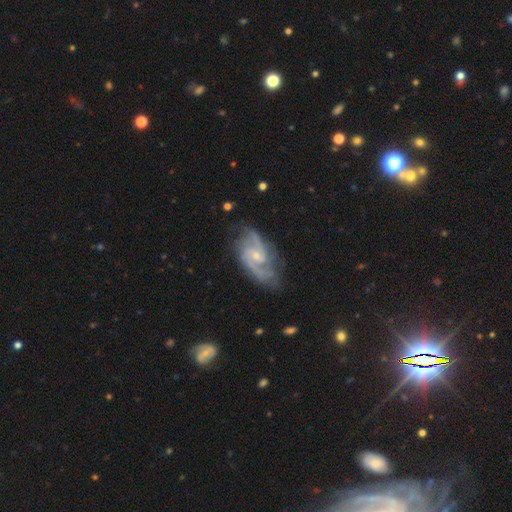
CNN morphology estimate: Smooth or featured: featured or disk — 89% (smooth — 7%)
Edge-on disk: no — 97% (yes — 3%)
Bar: weak — 46% (no — 45%)
Spiral arms: yes — 97% (no — 3%)
Spiral winding: medium — 54% (tight — 27%)
Spiral arm count: 2 — 73% (3 — 11%)
Bulge size: small — 67% (moderate — 27%)
Merging: none — 68% (minor disturbance — 21%)